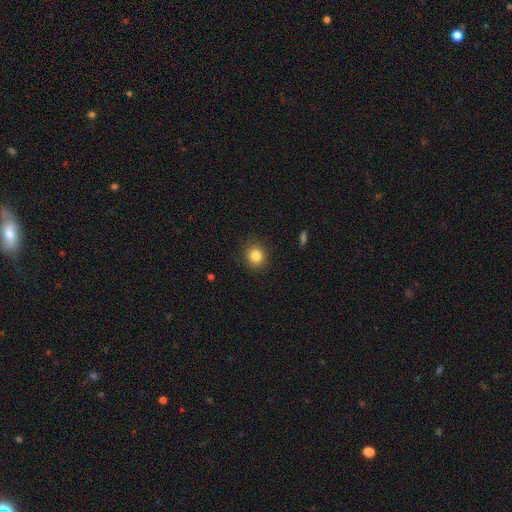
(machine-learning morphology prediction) A smooth galaxy with no disk features (84%) that is round (83%).

Vote fractions:
- Smooth or featured? smooth: 84% / star or artifact: 11% / featured or disk: 6%
- How rounded? round: 83% / in between: 17% / cigar-shaped: 1%
- Merging? none: 89% / minor disturbance: 8% / major disturbance: 2% / merger: 1%